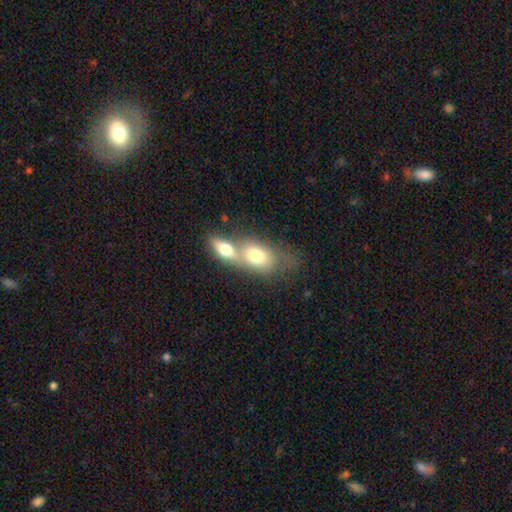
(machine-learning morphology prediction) Overall: smooth (68%). How rounded: in between (79%). Merging: merger (71%).